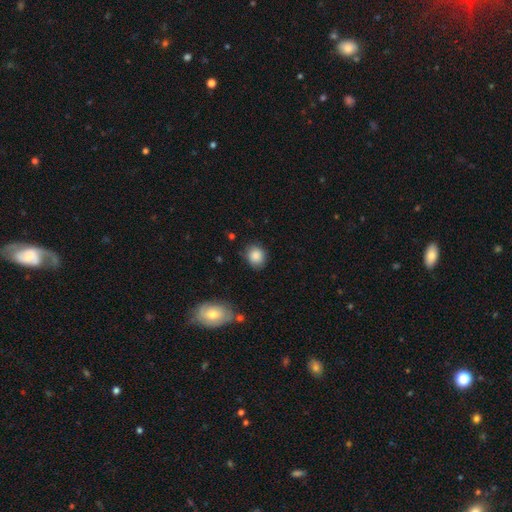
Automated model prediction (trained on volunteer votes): A smooth galaxy with no disk features (87%) that is round (75%).

Vote fractions:
- Smooth or featured? smooth: 87% / star or artifact: 8% / featured or disk: 5%
- How rounded? round: 75% / in between: 24% / cigar-shaped: 1%
- Merging? none: 80% / minor disturbance: 14% / major disturbance: 3% / merger: 2%